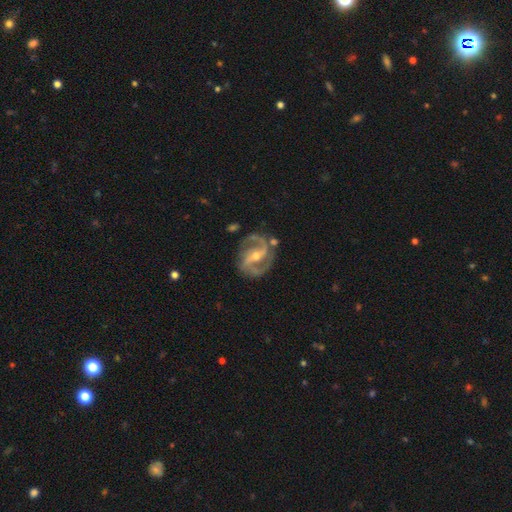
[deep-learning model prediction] Smooth or featured? Predicted: featured or disk (p=0.92). Edge-on disk? Predicted: no (p=0.97). Bar? Predicted: strong (p=0.50). Spiral arms? Predicted: yes (p=0.98). Spiral winding? Predicted: medium (p=0.59). Spiral arm count? Predicted: 2 (p=0.90). Bulge size? Predicted: moderate (p=0.49). Merging? Predicted: none (p=0.77).